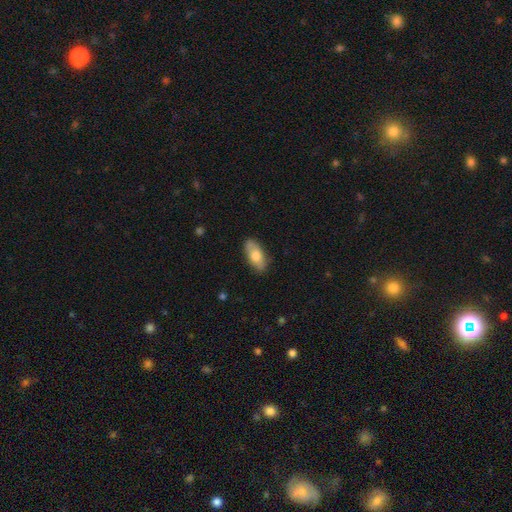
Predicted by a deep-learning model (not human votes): A smooth galaxy with no disk features (71%) that is in between round and cigar-shaped (88%).

Vote fractions:
- Smooth or featured? smooth: 71% / featured or disk: 23% / star or artifact: 6%
- How rounded? in between: 88% / cigar-shaped: 9% / round: 3%
- Merging? none: 83% / minor disturbance: 13% / major disturbance: 2% / merger: 1%